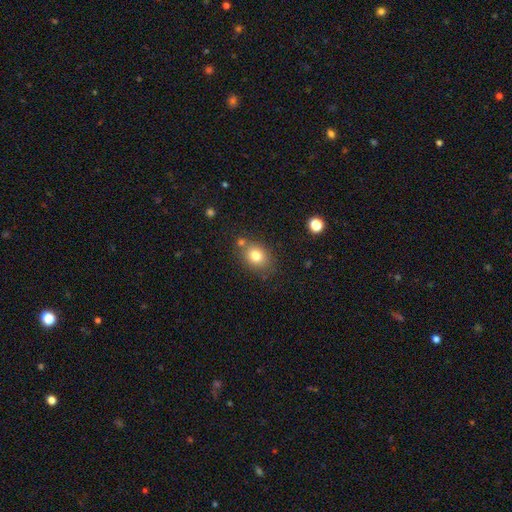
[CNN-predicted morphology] A smooth galaxy with no disk features (79%) that is in between round and cigar-shaped (53%).

Vote fractions:
- Smooth or featured? smooth: 79% / star or artifact: 11% / featured or disk: 10%
- How rounded? in between: 53% / round: 46% / cigar-shaped: 1%
- Merging? none: 71% / minor disturbance: 14% / merger: 11% / major disturbance: 4%